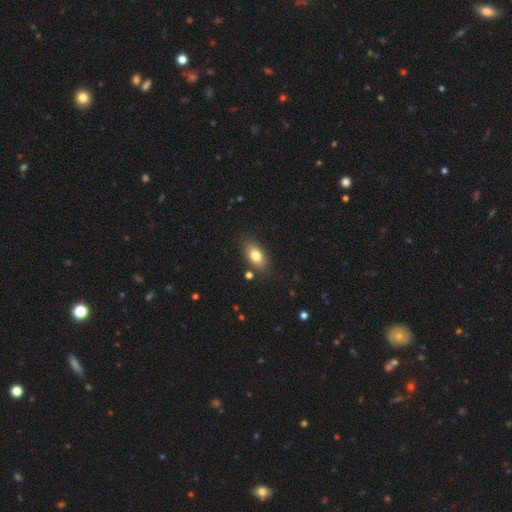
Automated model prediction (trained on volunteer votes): Overall: smooth (79%). How rounded: in between (87%). Merging: none (82%).